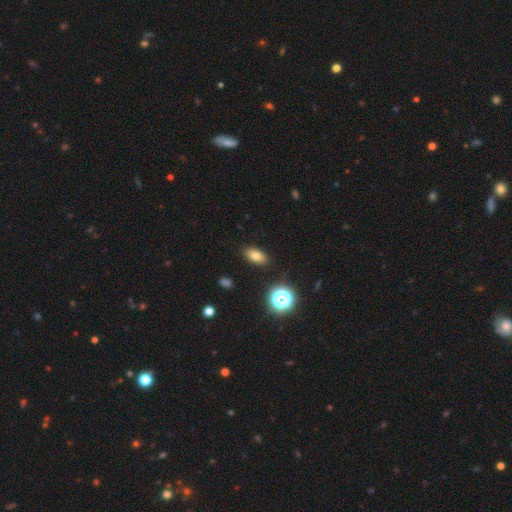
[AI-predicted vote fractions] Q: Smooth or featured?
A: smooth (76%); runner-up: star or artifact (14%)
Q: How rounded?
A: in between (85%); runner-up: round (9%)
Q: Merging?
A: none (88%); runner-up: minor disturbance (8%)